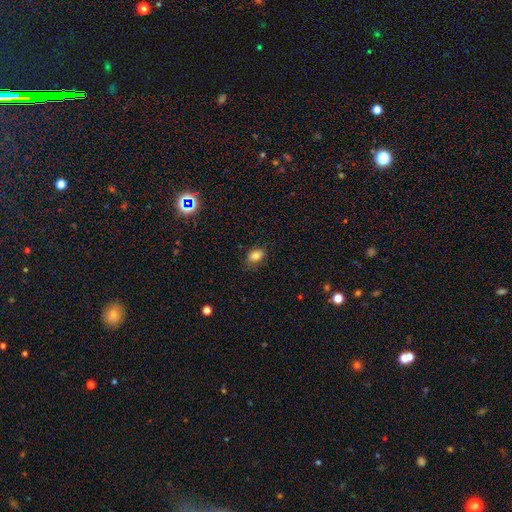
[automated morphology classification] smooth-or-featured: smooth: 81% | star or artifact: 11% | featured or disk: 8%
  how-rounded: in between: 82% | round: 17% | cigar-shaped: 2%
  merging: none: 71% | minor disturbance: 22% | major disturbance: 6% | merger: 1%